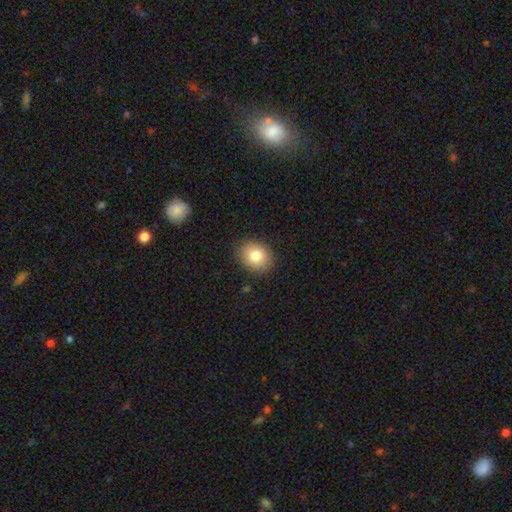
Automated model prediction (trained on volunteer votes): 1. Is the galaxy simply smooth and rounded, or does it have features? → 80% smooth, 11% featured or disk, 9% star or artifact.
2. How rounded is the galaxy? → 56% round, 43% in between, 1% cigar-shaped.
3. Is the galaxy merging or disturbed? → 87% none, 9% minor disturbance, 2% major disturbance, 1% merger.